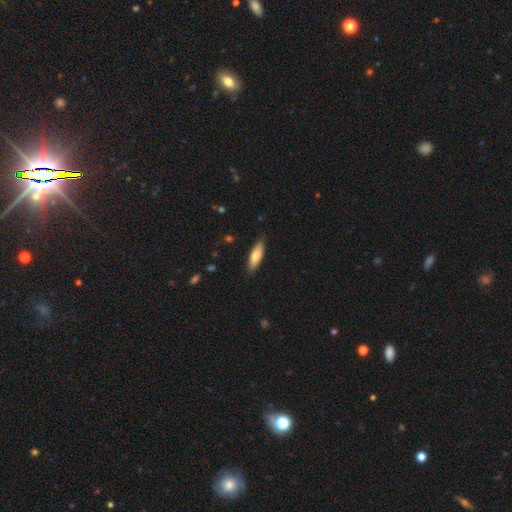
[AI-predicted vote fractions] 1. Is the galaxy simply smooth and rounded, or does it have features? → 71% smooth, 24% featured or disk, 6% star or artifact.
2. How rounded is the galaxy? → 51% in between, 47% cigar-shaped, 2% round.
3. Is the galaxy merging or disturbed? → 86% none, 11% minor disturbance, 2% major disturbance, 1% merger.